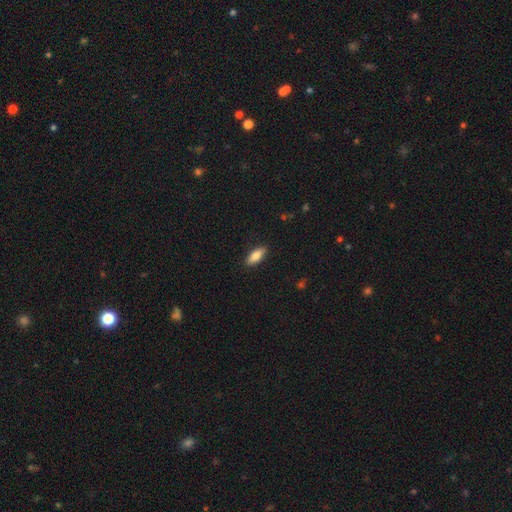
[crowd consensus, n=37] smooth-or-featured: smooth: 81% | featured or disk: 16% | star or artifact: 3%
  how-rounded: in between: 77% | cigar-shaped: 20% | round: 3%
  merging: none: 89% | minor disturbance: 8% | major disturbance: 3% | merger: 0%